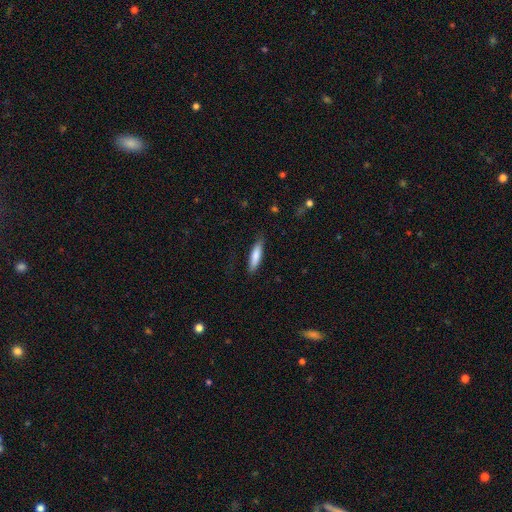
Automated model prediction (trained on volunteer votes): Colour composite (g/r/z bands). It shows a smooth galaxy with no disk features (78%) that is cigar-shaped (73%). Merging: none (82%).